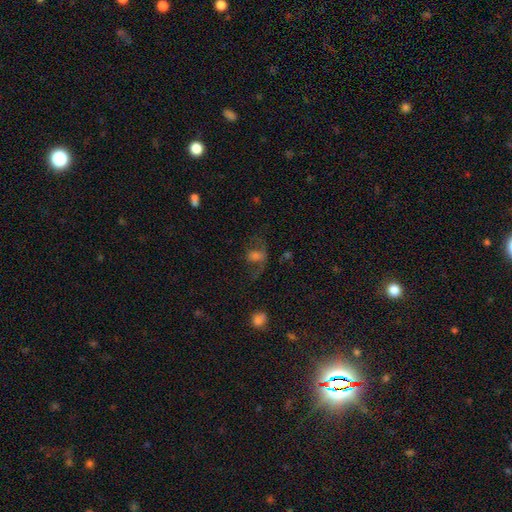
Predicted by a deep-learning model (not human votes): Smooth or featured: smooth — 42% (featured or disk — 37%)
Merging: none — 40% (major disturbance — 38%)